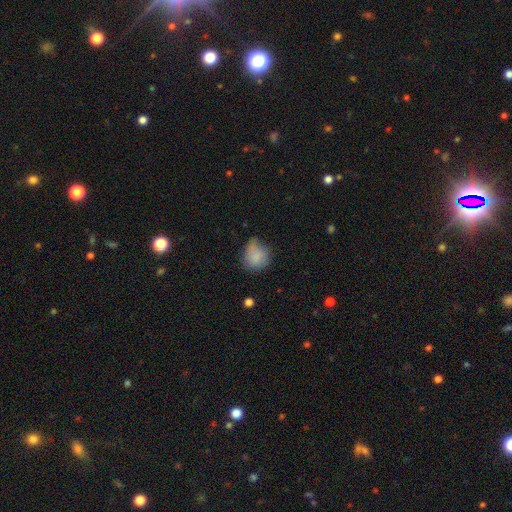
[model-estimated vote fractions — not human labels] Q: Smooth or featured?
A: smooth (81%); runner-up: featured or disk (10%)
Q: How rounded?
A: round (68%); runner-up: in between (31%)
Q: Merging?
A: none (48%); runner-up: minor disturbance (37%)